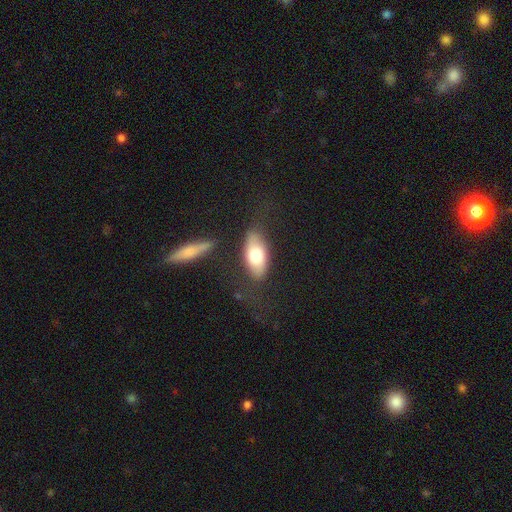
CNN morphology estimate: Smooth or featured: smooth — 70% (featured or disk — 24%)
How rounded: in between — 85% (cigar-shaped — 12%)
Merging: none — 70% (minor disturbance — 17%)